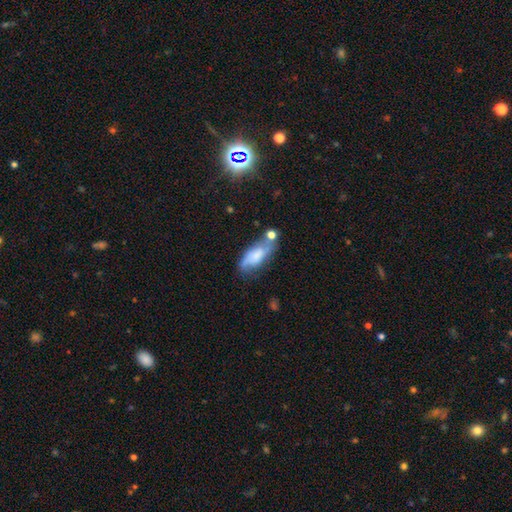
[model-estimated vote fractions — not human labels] Smooth or featured? Predicted: smooth (p=0.63). How rounded? Predicted: in between (p=0.78). Merging? Predicted: none (p=0.44).